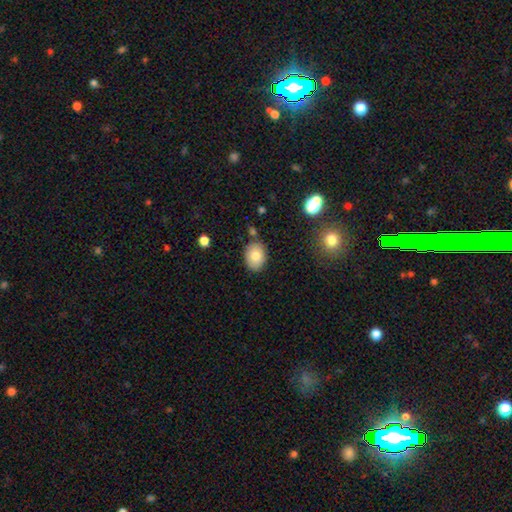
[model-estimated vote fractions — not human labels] Smooth or featured? smooth (79%)
How rounded? in between (72%)
Merging? none (81%)